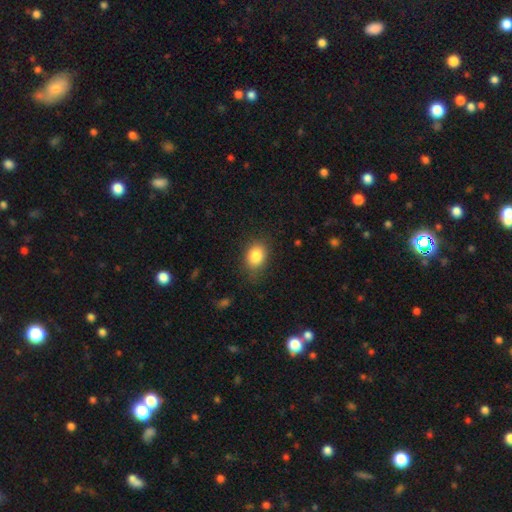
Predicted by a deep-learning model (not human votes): Q: Smooth or featured?
A: smooth (85%); runner-up: star or artifact (9%)
Q: How rounded?
A: in between (68%); runner-up: round (31%)
Q: Merging?
A: none (77%); runner-up: minor disturbance (17%)